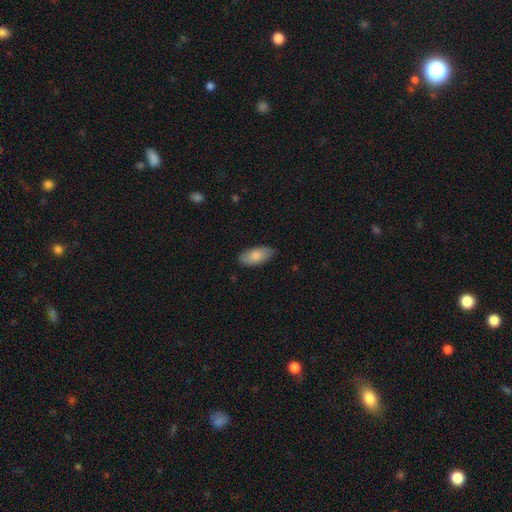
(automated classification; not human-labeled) A smooth galaxy with no disk features (82%) that is in between round and cigar-shaped (92%). Merging: none (82%).